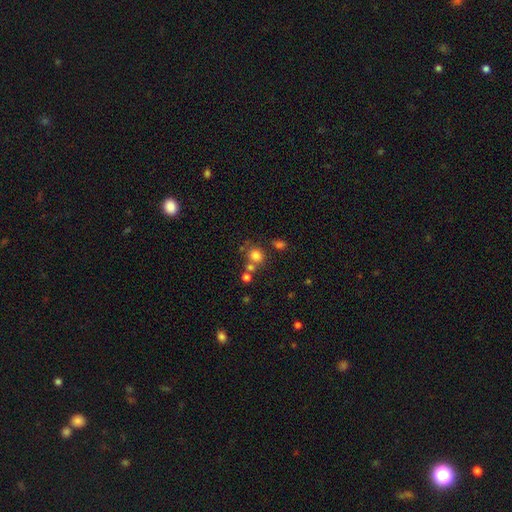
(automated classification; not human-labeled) Q: Smooth or featured?
A: smooth (76%); runner-up: star or artifact (15%)
Q: How rounded?
A: round (83%); runner-up: in between (16%)
Q: Merging?
A: none (61%); runner-up: merger (23%)